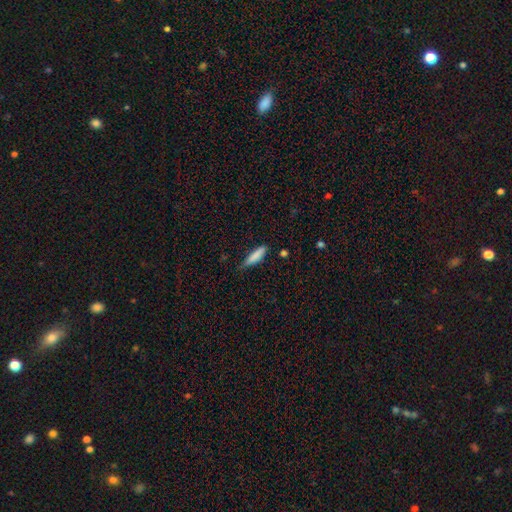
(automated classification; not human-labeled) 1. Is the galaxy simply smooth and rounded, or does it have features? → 84% smooth, 10% featured or disk, 6% star or artifact.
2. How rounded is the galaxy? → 69% cigar-shaped, 29% in between, 2% round.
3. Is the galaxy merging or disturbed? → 63% none, 30% minor disturbance, 5% major disturbance, 2% merger.